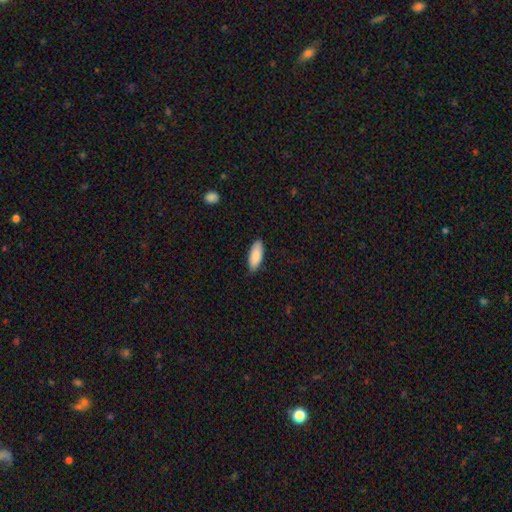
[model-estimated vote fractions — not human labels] Morphology: type=smooth (89%); roundness=in between (79%); merging=none (85%).